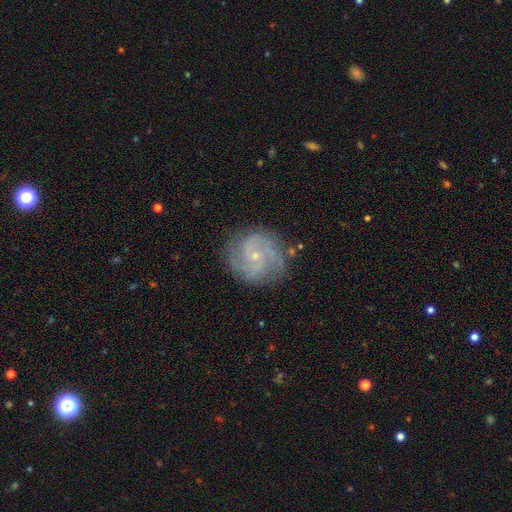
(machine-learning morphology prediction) Smooth or featured?
  - featured or disk: 85% *
  - smooth: 9%
  - star or artifact: 6%
Edge-on disk?
  - no: 98% *
  - yes: 2%
Bar?
  - no: 66% *
  - weak: 30%
  - strong: 5%
Spiral arms?
  - yes: 97% *
  - no: 3%
Spiral winding?
  - medium: 46% *
  - tight: 42%
  - loose: 12%
Spiral arm count?
  - 2: 52% *
  - 3: 22%
  - can't tell: 12%
  - 4: 6%
  - 1: 4%
  - more than 4: 4%
Bulge size?
  - small: 80% *
  - moderate: 16%
  - none: 2%
  - large: 1%
  - dominant: 1%
Merging?
  - none: 80% *
  - minor disturbance: 14%
  - major disturbance: 5%
  - merger: 2%